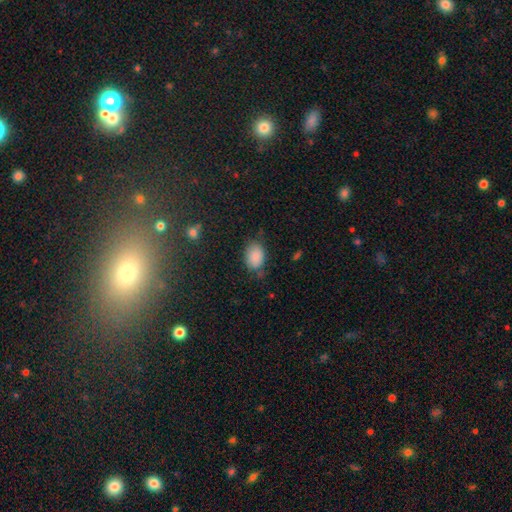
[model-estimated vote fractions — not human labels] Smooth or featured? Predicted: smooth (p=0.86). How rounded? Predicted: in between (p=0.79). Merging? Predicted: none (p=0.67).